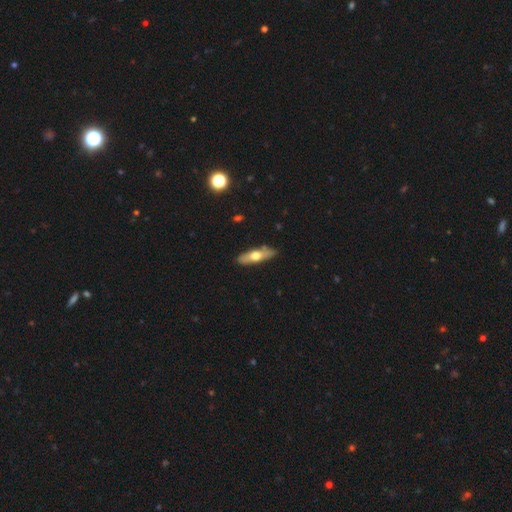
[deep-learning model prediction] smooth-or-featured: smooth: 52% | featured or disk: 42% | star or artifact: 6%
  how-rounded: cigar-shaped: 60% | in between: 37% | round: 2%
  merging: none: 85% | minor disturbance: 11% | major disturbance: 2% | merger: 2%